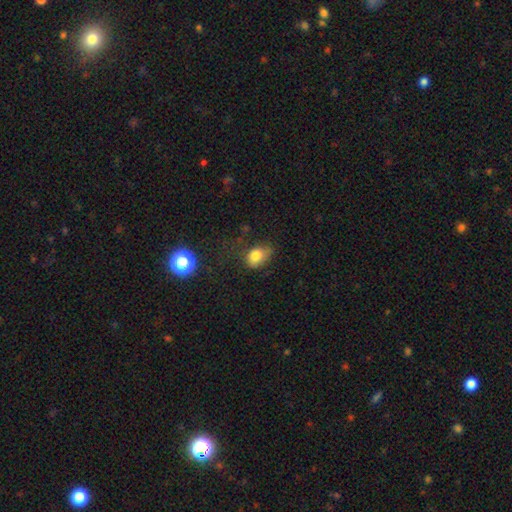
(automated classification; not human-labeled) Morphology: type=smooth (79%); roundness=in between (74%); merging=none (47%).